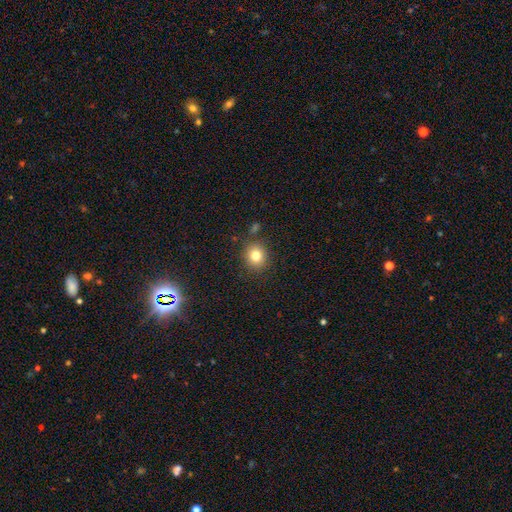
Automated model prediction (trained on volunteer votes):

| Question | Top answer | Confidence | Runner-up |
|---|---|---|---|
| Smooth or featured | smooth | 81% | star or artifact (12%) |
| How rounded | round | 82% | in between (17%) |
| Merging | none | 84% | minor disturbance (9%) |